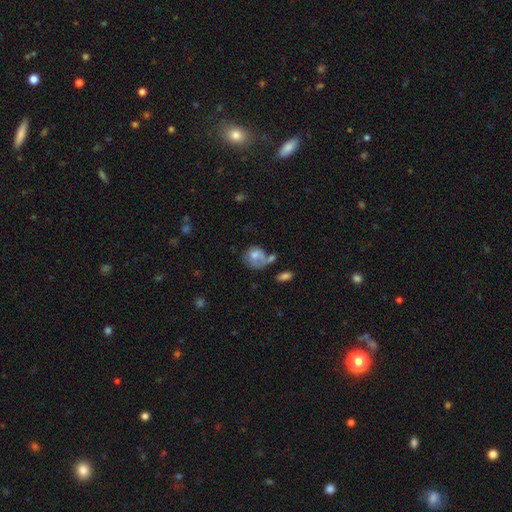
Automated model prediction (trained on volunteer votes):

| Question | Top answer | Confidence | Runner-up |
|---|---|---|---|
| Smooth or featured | smooth | 65% | featured or disk (26%) |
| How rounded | round | 59% | in between (40%) |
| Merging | none | 32% | minor disturbance (24%) |